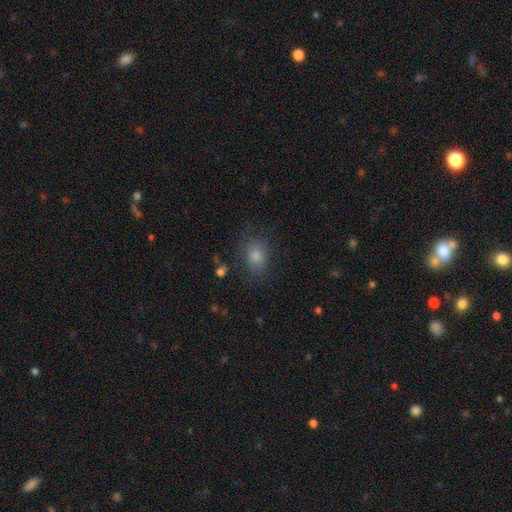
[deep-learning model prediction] Smooth or featured?
  - smooth: 70% *
  - star or artifact: 17%
  - featured or disk: 13%
How rounded?
  - in between: 59% *
  - round: 40%
  - cigar-shaped: 1%
Merging?
  - none: 76% *
  - minor disturbance: 16%
  - major disturbance: 7%
  - merger: 2%